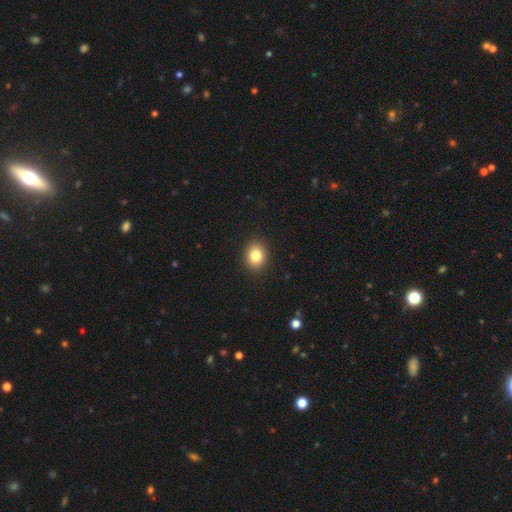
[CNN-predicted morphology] smooth_or_featured: smooth (p=0.83) [alt: star or artifact p=0.10]
how_rounded: round (p=0.52) [alt: in between p=0.47]
merging: none (p=0.91) [alt: minor disturbance p=0.06]